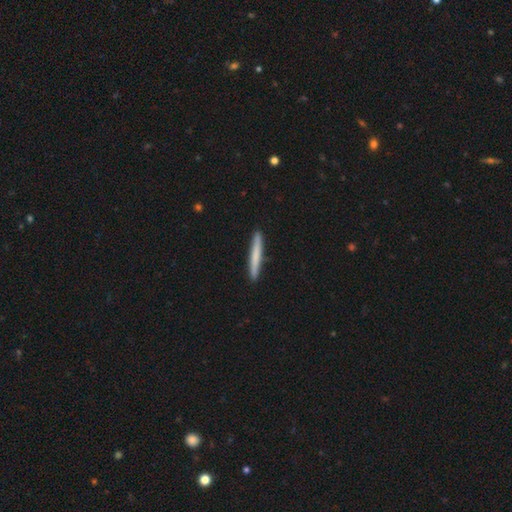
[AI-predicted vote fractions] Smooth or featured: smooth — 67% (featured or disk — 28%)
How rounded: cigar-shaped — 97% (in between — 2%)
Merging: none — 92% (minor disturbance — 6%)